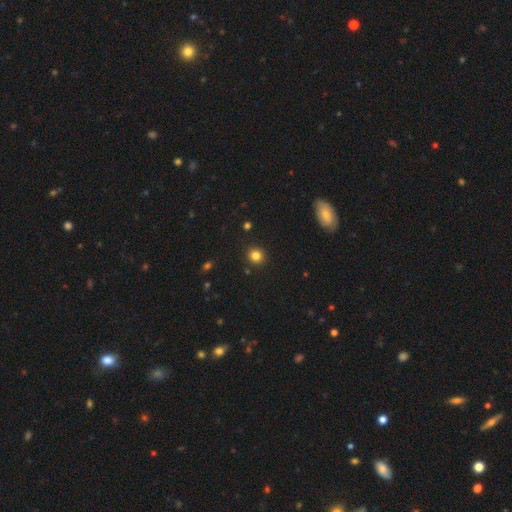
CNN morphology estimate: smooth-or-featured: smooth: 82% | star or artifact: 13% | featured or disk: 5%
  how-rounded: round: 88% | in between: 11% | cigar-shaped: 1%
  merging: none: 90% | minor disturbance: 6% | major disturbance: 2% | merger: 2%